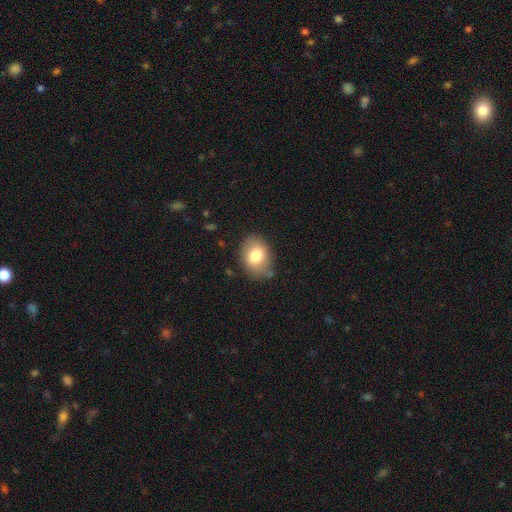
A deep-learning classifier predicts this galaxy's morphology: Smooth or featured?
  - smooth: 79% *
  - featured or disk: 13%
  - star or artifact: 8%
How rounded?
  - in between: 65% *
  - round: 34%
  - cigar-shaped: 1%
Merging?
  - none: 76% *
  - minor disturbance: 17%
  - major disturbance: 4%
  - merger: 3%